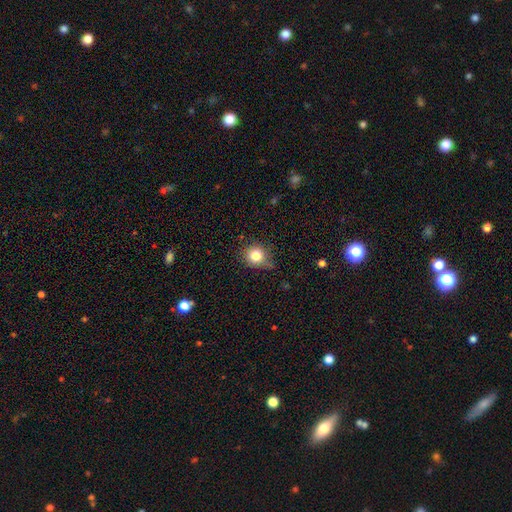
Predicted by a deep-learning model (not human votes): A smooth galaxy with no disk features (81%) that is round (83%). Merging: none (71%).